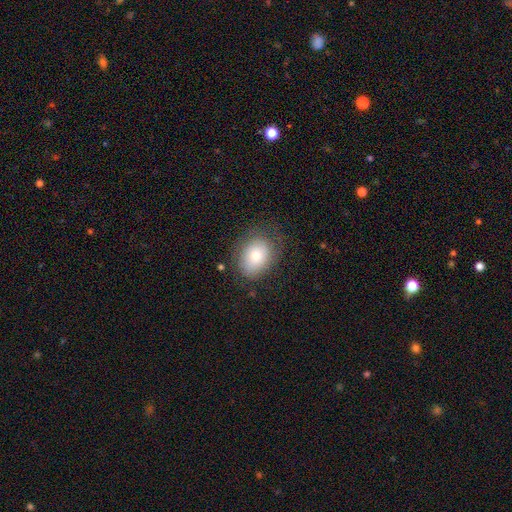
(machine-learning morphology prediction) The model was most divided on "how rounded": in between: 59%, round: 40%, cigar-shaped: 1%. More confident: merging — none (72%); smooth or featured — smooth (71%).